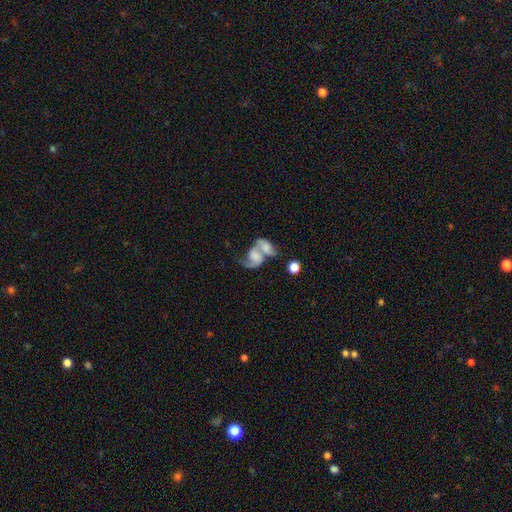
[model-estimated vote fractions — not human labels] A featured or disk galaxy (62%) with no bar (63%), spiral arms (79%) and no central bulge (45%). Merging: merger (68%).